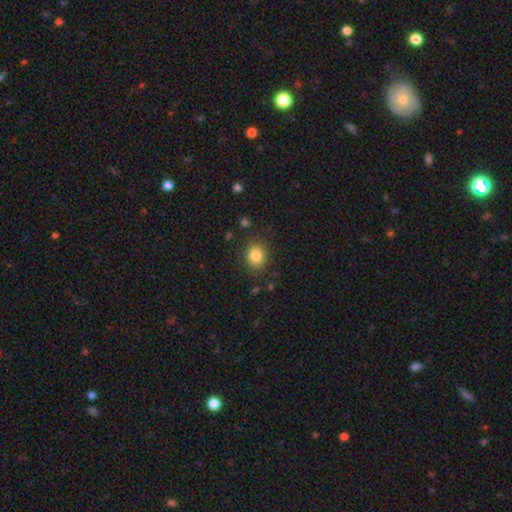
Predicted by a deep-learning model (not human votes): Smooth or featured?
  - smooth: 83% *
  - star or artifact: 10%
  - featured or disk: 6%
How rounded?
  - round: 59% *
  - in between: 40%
  - cigar-shaped: 1%
Merging?
  - none: 85% *
  - minor disturbance: 10%
  - major disturbance: 3%
  - merger: 2%